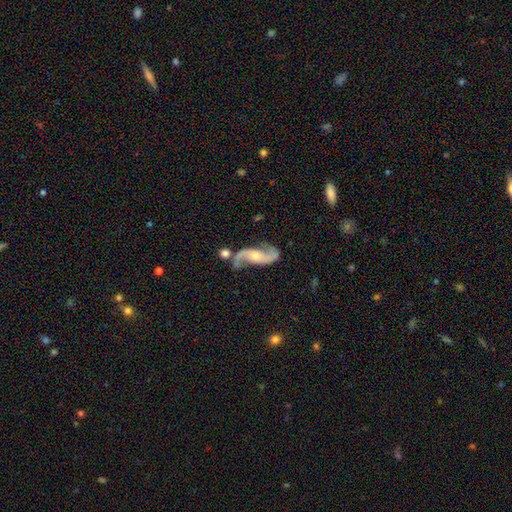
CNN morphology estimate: Overall: featured or disk (87%). Edge-on disk: no (94%). Bar: no (58%; weak 29%). Spiral arms: yes (96%). Spiral arm count: 2 (93%). Spiral winding: loose (70%). Bulge size: moderate (47%; small 46%). Merging: none (62%).